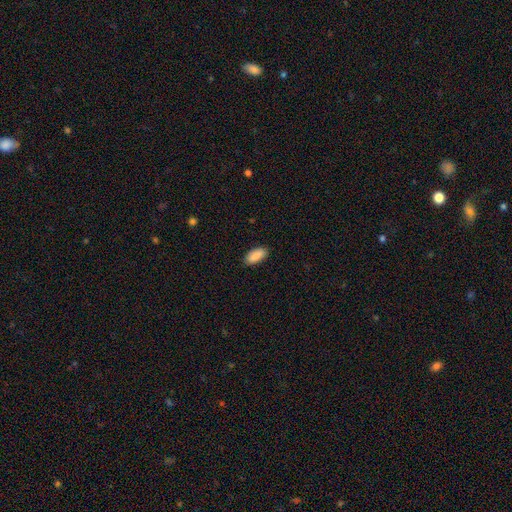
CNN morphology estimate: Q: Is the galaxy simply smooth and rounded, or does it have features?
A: smooth — 90%.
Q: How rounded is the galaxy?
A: in between — 90%.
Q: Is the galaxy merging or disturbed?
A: none — 89%.